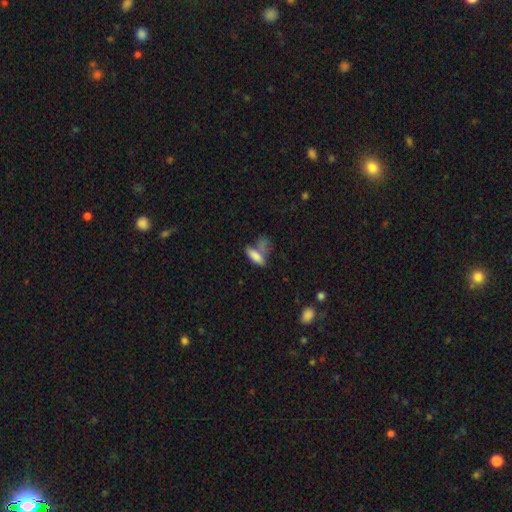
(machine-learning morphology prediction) This is likely a smooth galaxy (78%). How rounded: likely in between (63%). Merging: marginally none (43%).